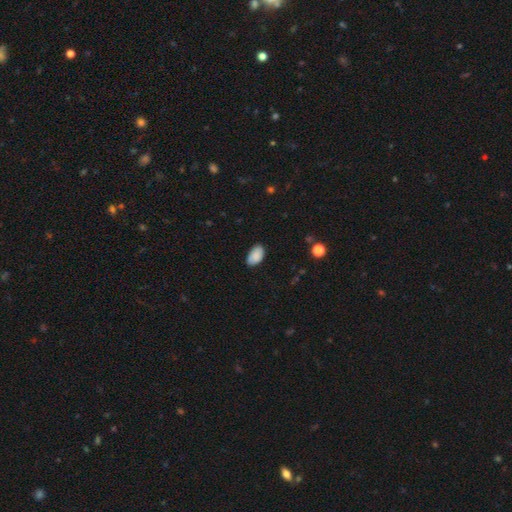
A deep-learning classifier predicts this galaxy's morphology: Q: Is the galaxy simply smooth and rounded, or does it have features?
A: smooth — 88%.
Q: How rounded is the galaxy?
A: in between — 94%.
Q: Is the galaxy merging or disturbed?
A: none — 78%.